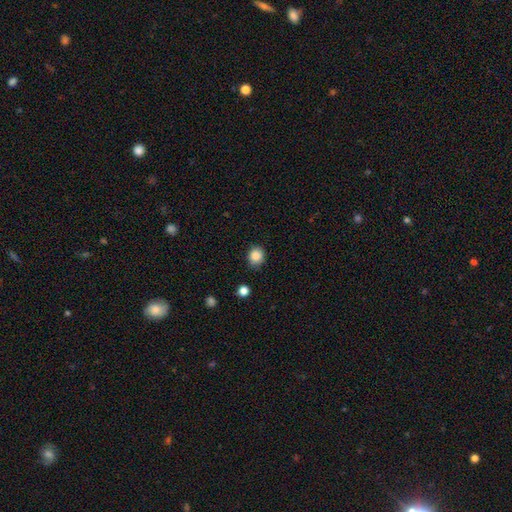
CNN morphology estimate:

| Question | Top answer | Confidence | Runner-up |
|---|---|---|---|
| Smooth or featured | smooth | 86% | star or artifact (10%) |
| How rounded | round | 78% | in between (21%) |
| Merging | none | 84% | minor disturbance (12%) |